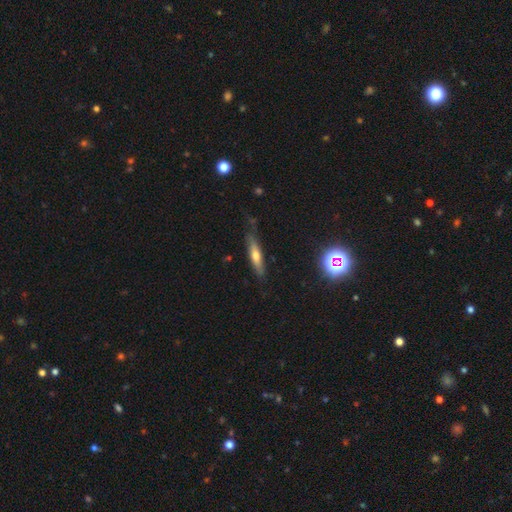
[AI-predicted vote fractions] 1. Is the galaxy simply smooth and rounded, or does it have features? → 49% smooth, 42% featured or disk, 9% star or artifact.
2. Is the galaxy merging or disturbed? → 74% none, 19% minor disturbance, 4% major disturbance, 2% merger.